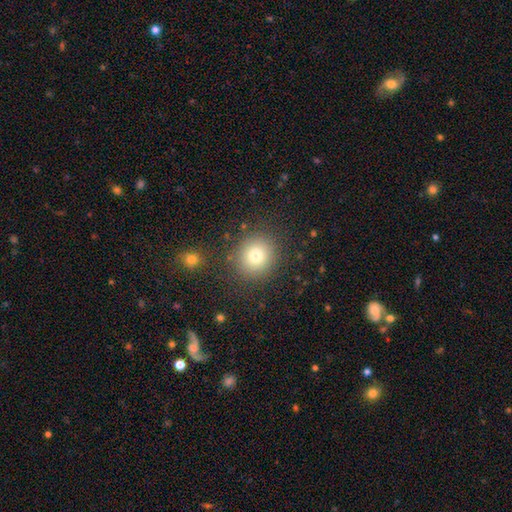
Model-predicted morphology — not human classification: smooth-or-featured: smooth: 77% | star or artifact: 13% | featured or disk: 9%
  how-rounded: round: 88% | in between: 11% | cigar-shaped: 1%
  merging: none: 86% | minor disturbance: 8% | major disturbance: 4% | merger: 2%